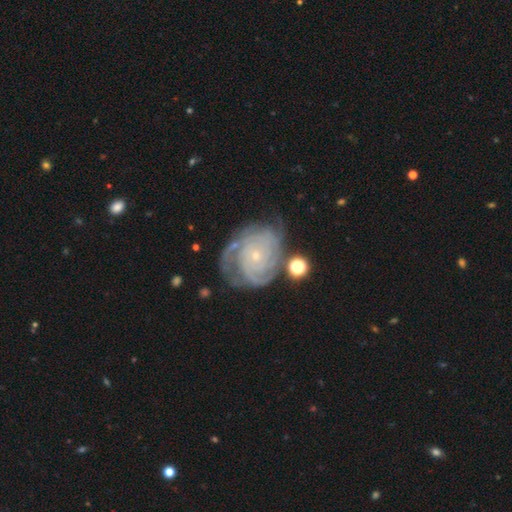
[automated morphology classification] This is clearly a featured or disk galaxy (87%). It is clearly not viewed edge-on (98%). Bar: clearly no (82%). Spiral arm pattern: clearly yes (96%). Spiral arm count: marginally can't tell (25%, tied with 3). Spiral winding: likely tight (75%). Central bulge: clearly small (84%). Merging: likely none (64%).